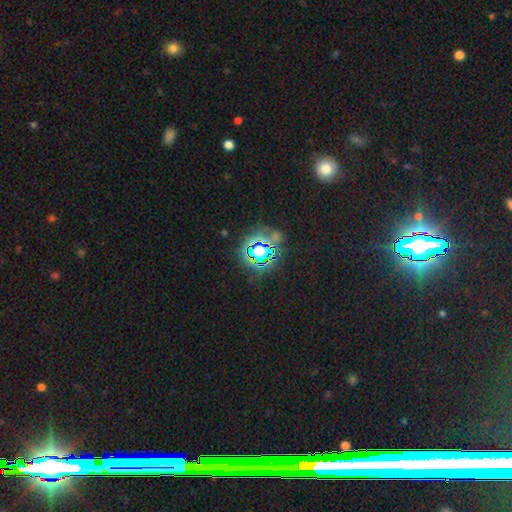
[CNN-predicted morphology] Q: Smooth or featured?
A: star or artifact (70%); runner-up: smooth (19%)